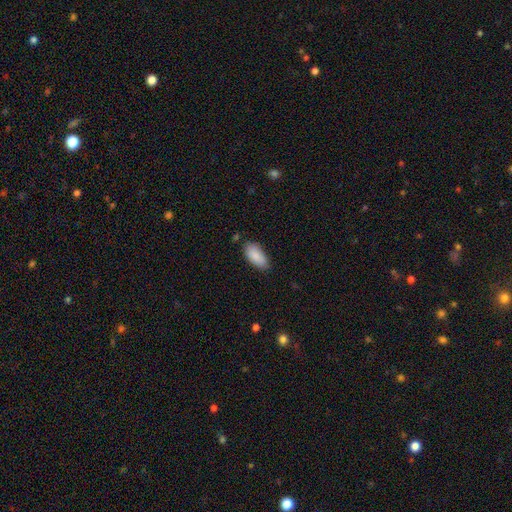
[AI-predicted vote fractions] A smooth galaxy with no disk features (88%) that is in between round and cigar-shaped (92%). Merging: none (78%).